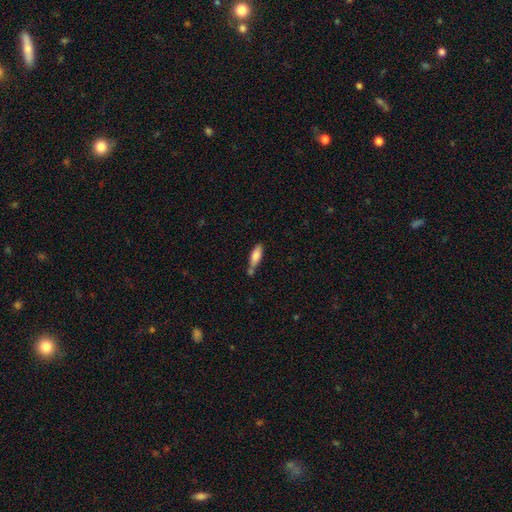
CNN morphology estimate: smooth 80%, featured or disk 13%, star or artifact 7%. Down the decision tree: how rounded — in between (55%); merging — none (52%).